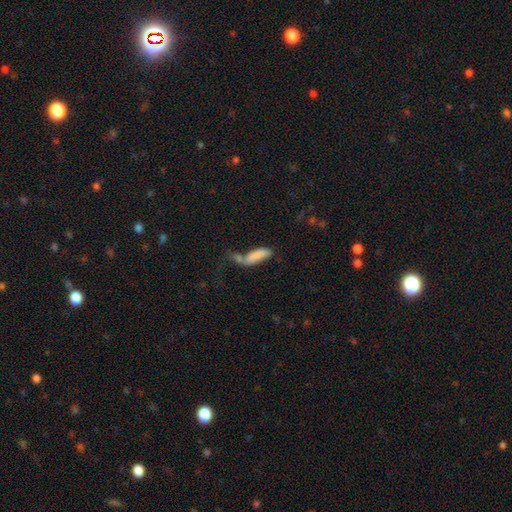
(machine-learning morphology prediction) A smooth galaxy with no disk features (78%) that is cigar-shaped (50%).

Vote fractions:
- Smooth or featured? smooth: 78% / featured or disk: 14% / star or artifact: 7%
- How rounded? cigar-shaped: 50% / in between: 48% / round: 2%
- Merging? none: 33% / merger: 32% / minor disturbance: 19% / major disturbance: 15%